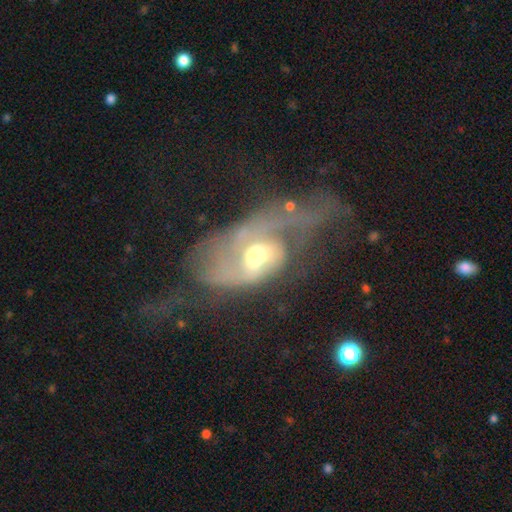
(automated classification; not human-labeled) Q: Smooth or featured?
A: featured or disk (73%); runner-up: smooth (20%)
Q: Edge-on disk?
A: no (96%); runner-up: yes (4%)
Q: Bar?
A: no (53%); runner-up: weak (35%)
Q: Spiral arms?
A: yes (79%); runner-up: no (21%)
Q: Spiral winding?
A: loose (49%); runner-up: medium (36%)
Q: Spiral arm count?
A: 2 (43%); runner-up: 1 (32%)
Q: Bulge size?
A: moderate (69%); runner-up: large (15%)
Q: Merging?
A: major disturbance (60%); runner-up: none (19%)